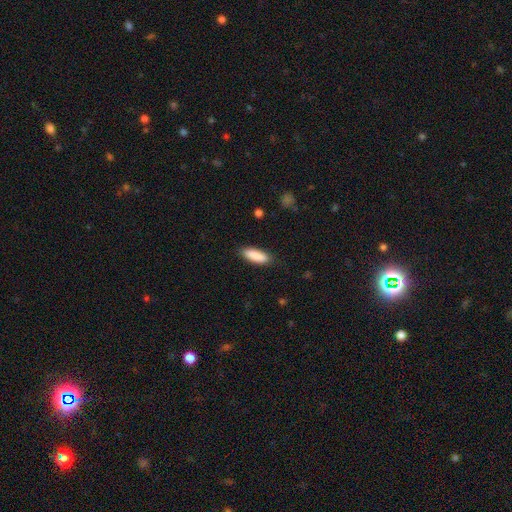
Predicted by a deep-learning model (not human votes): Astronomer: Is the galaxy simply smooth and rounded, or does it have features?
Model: smooth — 89%.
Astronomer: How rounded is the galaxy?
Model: in between — 57% (runner-up: cigar-shaped, 41%).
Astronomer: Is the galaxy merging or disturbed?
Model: none — 87%.